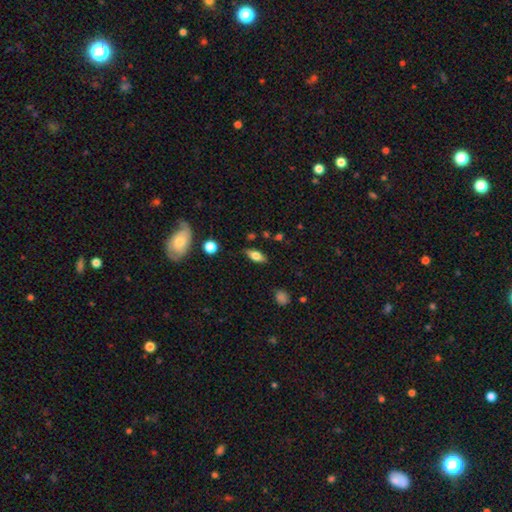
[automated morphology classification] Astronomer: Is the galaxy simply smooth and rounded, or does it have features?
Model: smooth — 69%.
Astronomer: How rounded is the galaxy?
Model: in between — 82%.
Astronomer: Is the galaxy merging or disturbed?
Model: none — 82%.